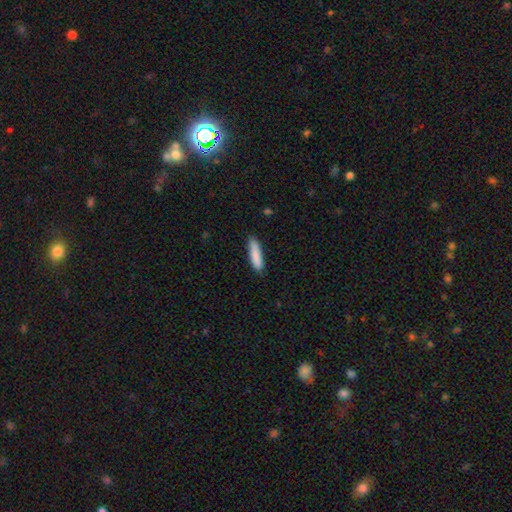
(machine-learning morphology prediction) Smooth or featured: smooth — 87% (featured or disk — 7%)
How rounded: cigar-shaped — 78% (in between — 21%)
Merging: none — 86% (minor disturbance — 11%)